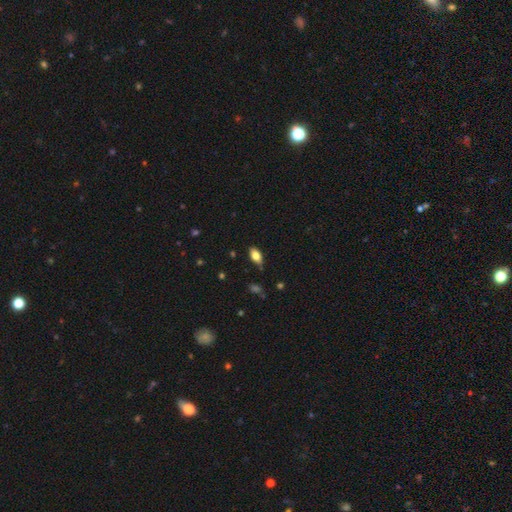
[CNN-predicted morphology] This is likely a smooth galaxy (74%). How rounded: clearly in between (88%). Merging: likely none (76%).